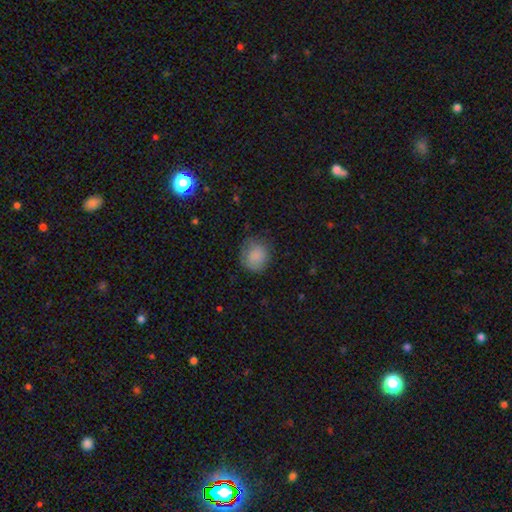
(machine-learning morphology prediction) Smooth or featured? Predicted: smooth (p=0.84). How rounded? Predicted: round (p=0.83). Merging? Predicted: none (p=0.70).